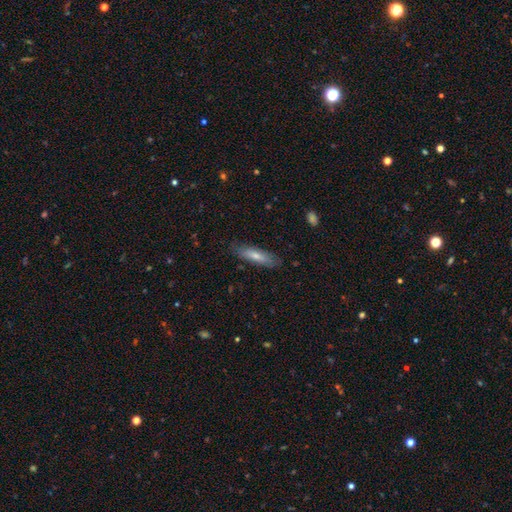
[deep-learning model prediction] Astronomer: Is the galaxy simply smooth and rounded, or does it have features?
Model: smooth — 67%.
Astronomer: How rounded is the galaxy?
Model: cigar-shaped — 70%.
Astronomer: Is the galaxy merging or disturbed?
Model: none — 81%.